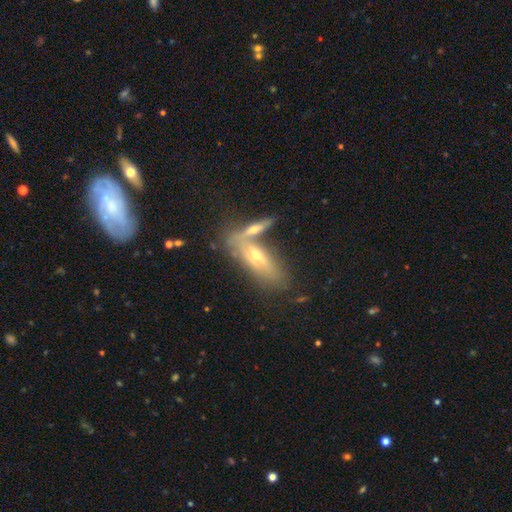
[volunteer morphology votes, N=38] Smooth or featured?
  - featured or disk: 55% *
  - smooth: 45%
  - star or artifact: 0%
Edge-on disk?
  - no: 67% *
  - yes: 33%
Bar?
  - no: 57% *
  - weak: 36%
  - strong: 7%
Spiral arms?
  - no: 79% *
  - yes: 21%
Bulge size?
  - moderate: 64% *
  - small: 36%
  - dominant: 0%
  - large: 0%
  - none: 0%
Merging?
  - none: 42% *
  - merger: 39%
  - minor disturbance: 18%
  - major disturbance: 0%